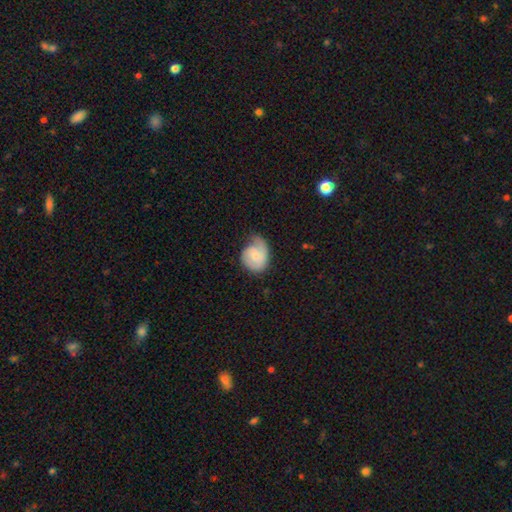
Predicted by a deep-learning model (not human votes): Q: Smooth or featured?
A: smooth (47%); tied with: featured or disk (47%)
Q: Merging?
A: minor disturbance (37%); runner-up: none (36%)